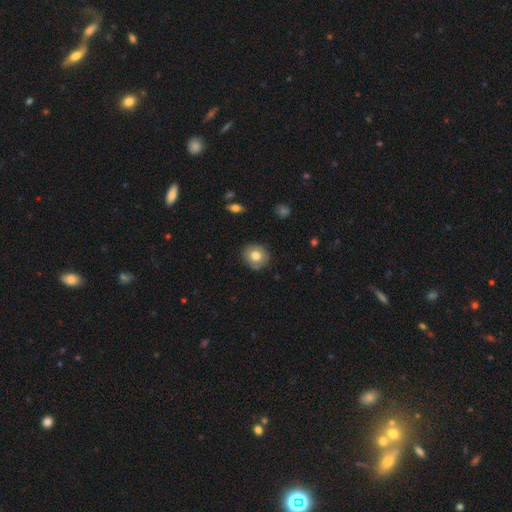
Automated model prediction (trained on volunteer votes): Overall: smooth (78%). How rounded: round (84%). Merging: none (87%).